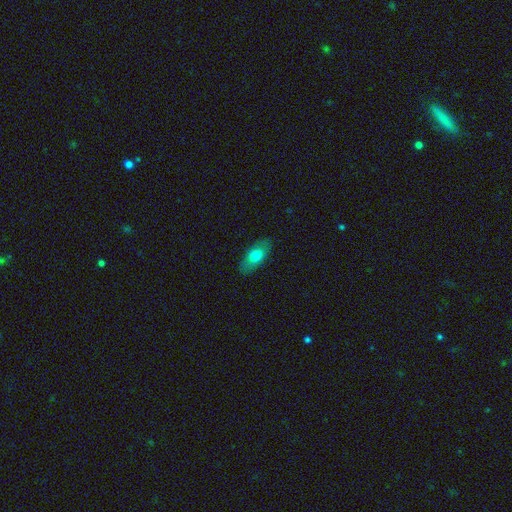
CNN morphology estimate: A smooth galaxy with no disk features (71%) that is in between round and cigar-shaped (83%).

Vote fractions:
- Smooth or featured? smooth: 71% / featured or disk: 23% / star or artifact: 6%
- How rounded? in between: 83% / cigar-shaped: 12% / round: 5%
- Merging? none: 86% / minor disturbance: 11% / major disturbance: 2% / merger: 1%